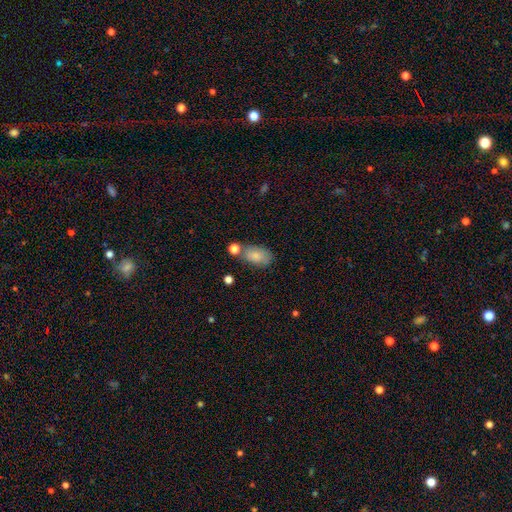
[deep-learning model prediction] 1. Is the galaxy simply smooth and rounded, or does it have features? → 83% smooth, 10% featured or disk, 7% star or artifact.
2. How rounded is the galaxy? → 91% in between, 7% round, 2% cigar-shaped.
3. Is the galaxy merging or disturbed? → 63% none, 19% minor disturbance, 13% merger, 6% major disturbance.